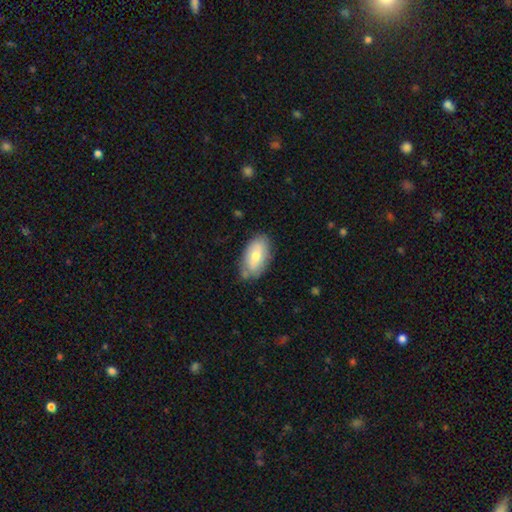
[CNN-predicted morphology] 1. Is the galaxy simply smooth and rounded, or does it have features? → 68% smooth, 26% featured or disk, 6% star or artifact.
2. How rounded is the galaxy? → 93% in between, 4% round, 3% cigar-shaped.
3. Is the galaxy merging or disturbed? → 74% none, 20% minor disturbance, 4% major disturbance, 3% merger.